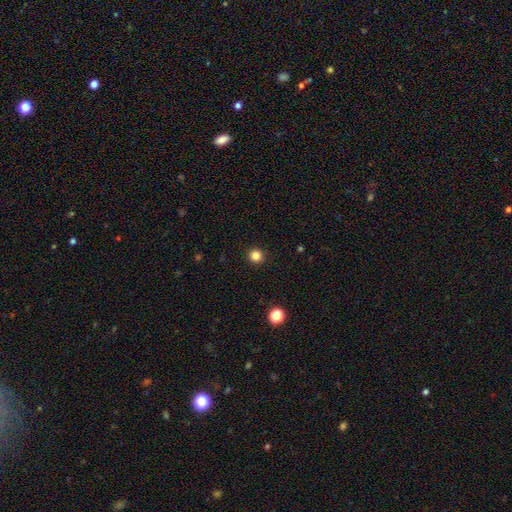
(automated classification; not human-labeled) This is clearly a smooth galaxy (83%). How rounded: clearly round (95%). Merging: clearly none (93%).